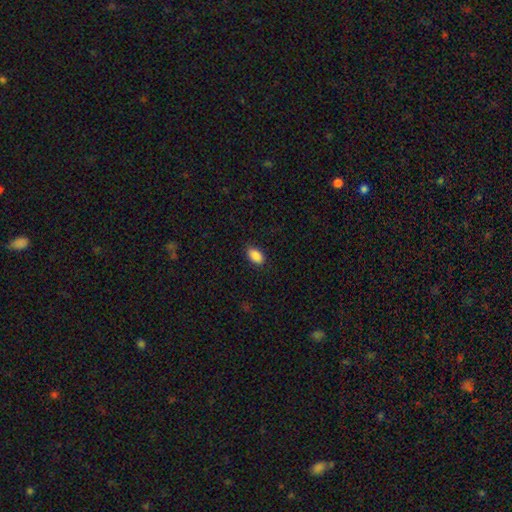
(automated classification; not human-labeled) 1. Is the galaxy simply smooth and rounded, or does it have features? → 89% smooth, 7% star or artifact, 4% featured or disk.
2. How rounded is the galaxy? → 91% in between, 6% round, 2% cigar-shaped.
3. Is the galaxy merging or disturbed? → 85% none, 12% minor disturbance, 3% major disturbance, 1% merger.